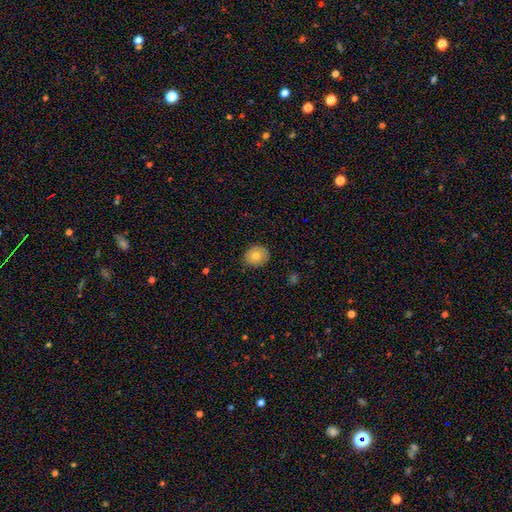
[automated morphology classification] smooth-or-featured: smooth: 73% | featured or disk: 17% | star or artifact: 10%
  how-rounded: round: 66% | in between: 33% | cigar-shaped: 1%
  merging: none: 84% | minor disturbance: 13% | major disturbance: 2% | merger: 1%